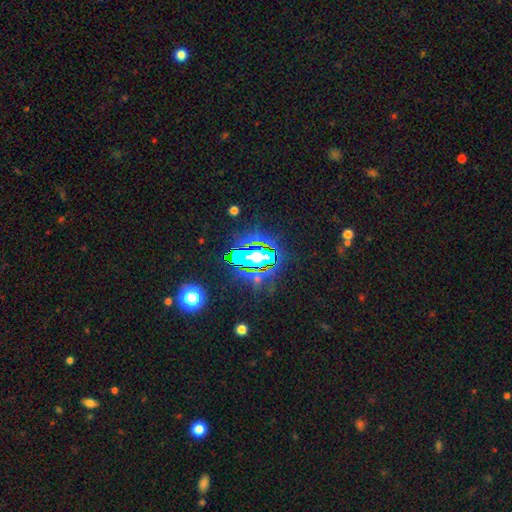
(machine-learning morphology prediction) Overall: star or artifact (84%).